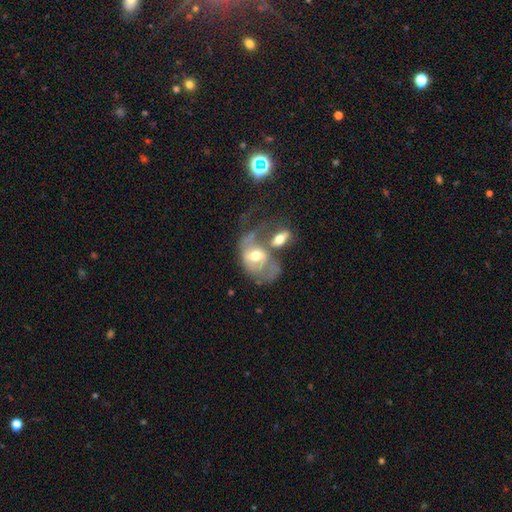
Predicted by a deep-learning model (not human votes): This appears to be a featured or disk galaxy (60%) with no bar (54%), spiral arms (53%) and a moderate central bulge (71%). Merging: merger (47%).